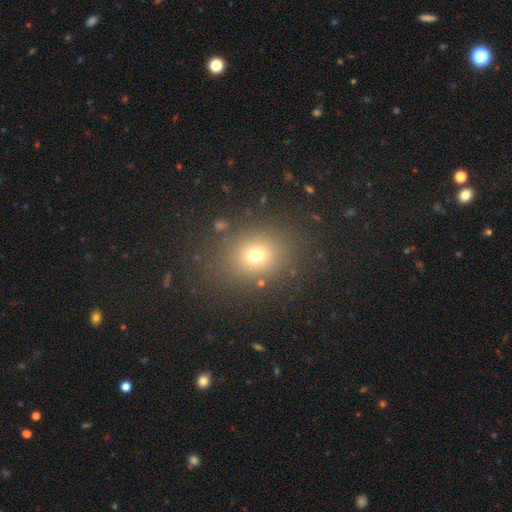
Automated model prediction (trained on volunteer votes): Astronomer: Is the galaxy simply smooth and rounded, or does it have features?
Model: smooth — 70%.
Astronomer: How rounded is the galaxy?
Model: round — 66%.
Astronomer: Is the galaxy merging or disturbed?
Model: none — 83%.